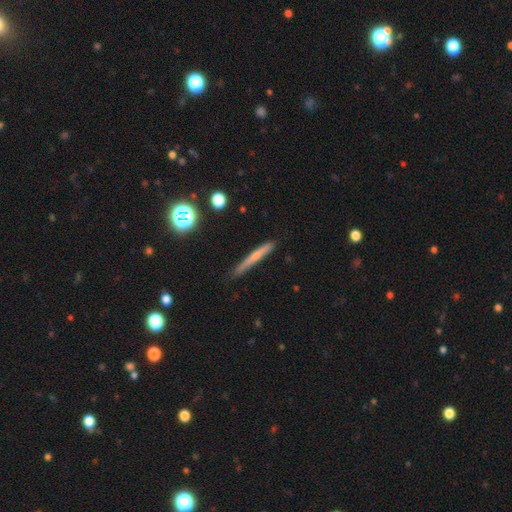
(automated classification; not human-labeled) Smooth or featured? smooth (48%)
Merging? none (81%)